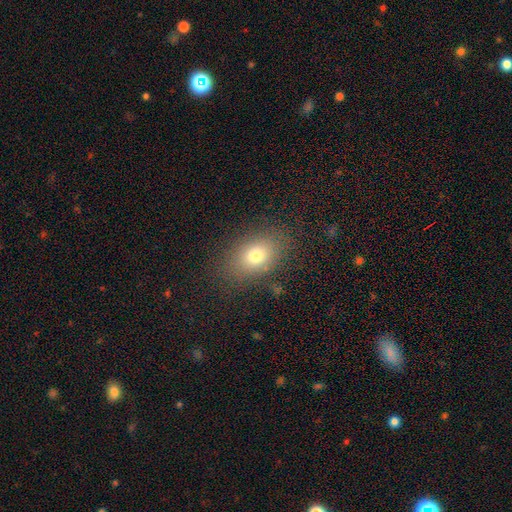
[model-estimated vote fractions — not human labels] This appears to be a smooth galaxy with no disk features (75%) that is in between round and cigar-shaped (79%). Merging: none (83%).